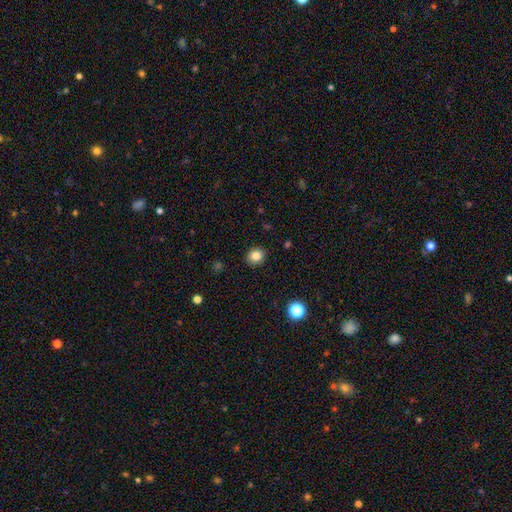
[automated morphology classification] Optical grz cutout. It shows a smooth galaxy with no disk features (83%) that is round (74%). Merging: none (90%).